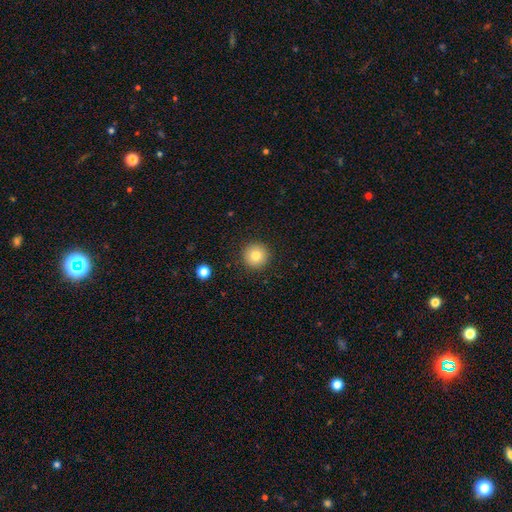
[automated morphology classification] smooth-or-featured: smooth: 81% | star or artifact: 11% | featured or disk: 9%
  how-rounded: round: 96% | in between: 3% | cigar-shaped: 1%
  merging: none: 92% | minor disturbance: 5% | major disturbance: 2% | merger: 1%